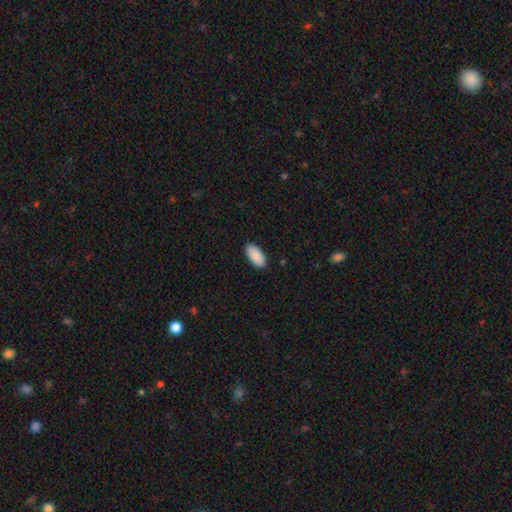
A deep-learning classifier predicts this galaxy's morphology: smooth-or-featured: smooth: 91% | star or artifact: 6% | featured or disk: 3%
  how-rounded: in between: 92% | cigar-shaped: 7% | round: 2%
  merging: none: 89% | minor disturbance: 8% | major disturbance: 2% | merger: 1%